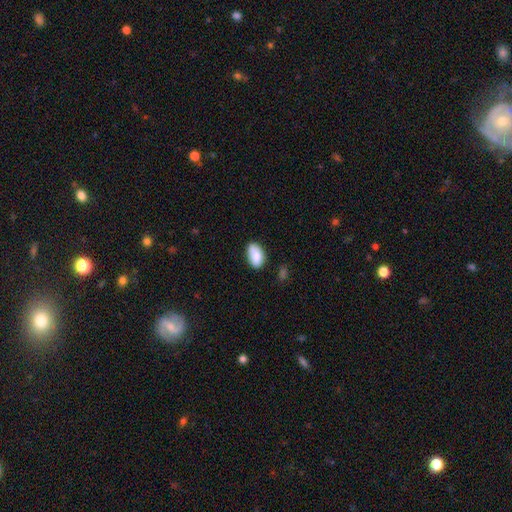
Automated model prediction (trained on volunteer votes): Smooth or featured?
  - smooth: 83% *
  - featured or disk: 10%
  - star or artifact: 7%
How rounded?
  - in between: 92% *
  - round: 6%
  - cigar-shaped: 2%
Merging?
  - none: 63% *
  - minor disturbance: 24%
  - merger: 8%
  - major disturbance: 5%